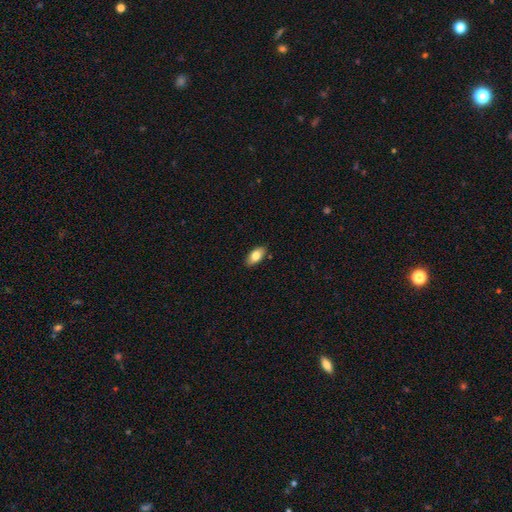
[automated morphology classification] The model was most divided on "smooth or featured": smooth: 81%, featured or disk: 12%, star or artifact: 7%. More confident: how rounded — in between (92%); merging — none (87%).